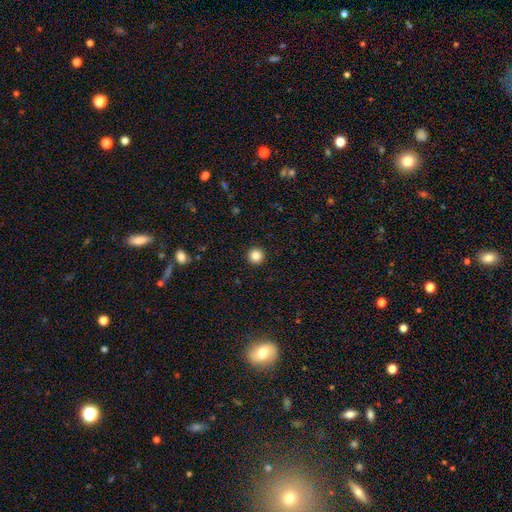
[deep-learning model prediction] Smooth or featured: smooth — 86% (star or artifact — 11%)
How rounded: round — 96% (in between — 3%)
Merging: none — 94% (minor disturbance — 4%)